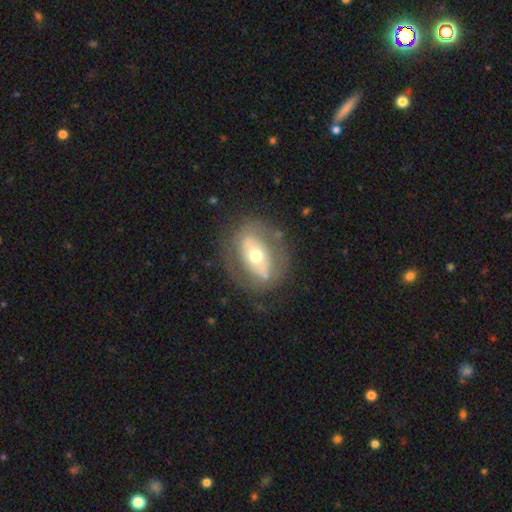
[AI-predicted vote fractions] Q: Smooth or featured?
A: featured or disk (56%); runner-up: smooth (38%)
Q: Edge-on disk?
A: no (91%); runner-up: yes (9%)
Q: Bar?
A: no (59%); runner-up: strong (21%)
Q: Spiral arms?
A: no (81%); runner-up: yes (19%)
Q: Bulge size?
A: moderate (70%); runner-up: small (17%)
Q: Merging?
A: none (72%); runner-up: minor disturbance (16%)